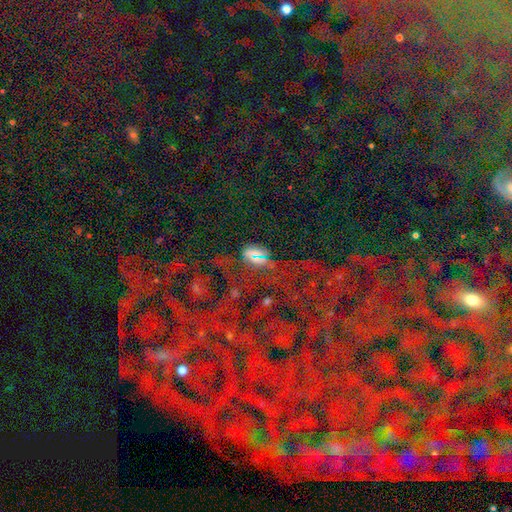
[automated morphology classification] Smooth or featured? Predicted: star or artifact (p=0.52).